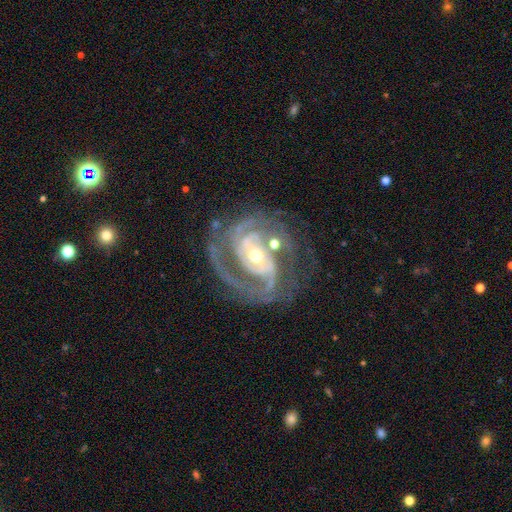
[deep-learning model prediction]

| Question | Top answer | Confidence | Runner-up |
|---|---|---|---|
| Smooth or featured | featured or disk | 92% | star or artifact (5%) |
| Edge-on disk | no | 98% | yes (2%) |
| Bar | no | 51% | weak (32%) |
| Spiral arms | yes | 98% | no (2%) |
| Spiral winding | tight | 57% | medium (37%) |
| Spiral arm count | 2 | 39% | 3 (30%) |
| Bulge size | moderate | 57% | small (37%) |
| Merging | none | 62% | minor disturbance (19%) |